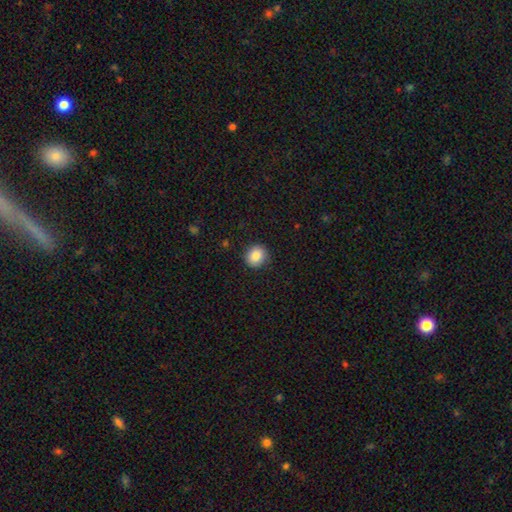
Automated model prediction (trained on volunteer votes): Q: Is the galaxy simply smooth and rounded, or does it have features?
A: smooth — 86%.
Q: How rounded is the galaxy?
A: round — 83%.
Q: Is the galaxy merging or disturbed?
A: none — 89%.